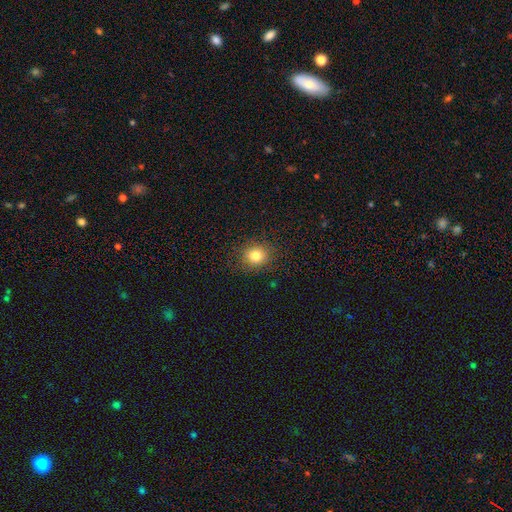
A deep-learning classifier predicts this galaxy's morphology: Smooth or featured: smooth — 82% (star or artifact — 12%)
How rounded: round — 77% (in between — 22%)
Merging: none — 87% (minor disturbance — 9%)